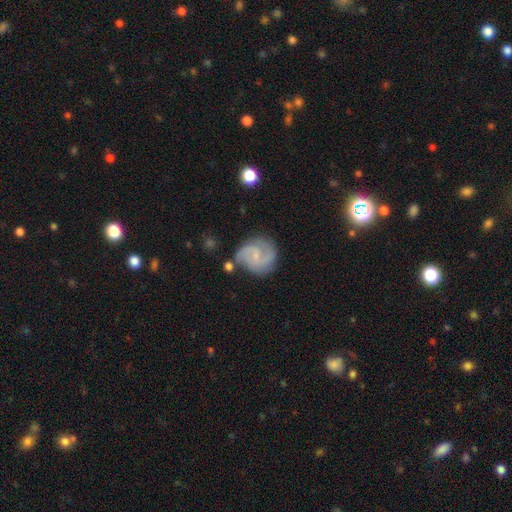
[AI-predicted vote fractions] Smooth or featured? featured or disk (74%)
Edge-on disk? no (98%)
Bar? no (47%)
Spiral arms? yes (94%)
Spiral winding? medium (50%)
Spiral arm count? 2 (69%)
Bulge size? small (70%)
Merging? none (66%)